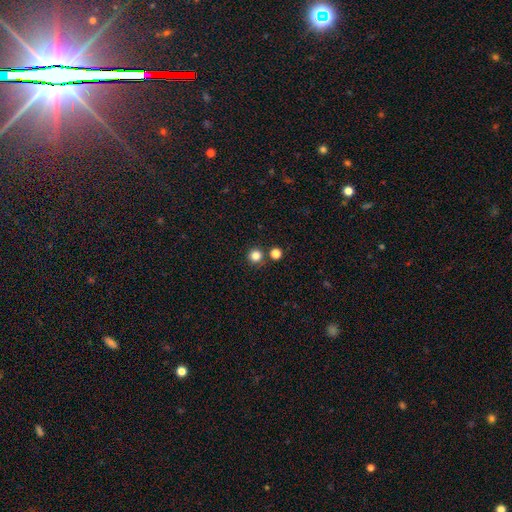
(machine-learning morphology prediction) This is clearly a smooth galaxy (82%). How rounded: clearly round (95%). Merging: clearly none (83%).